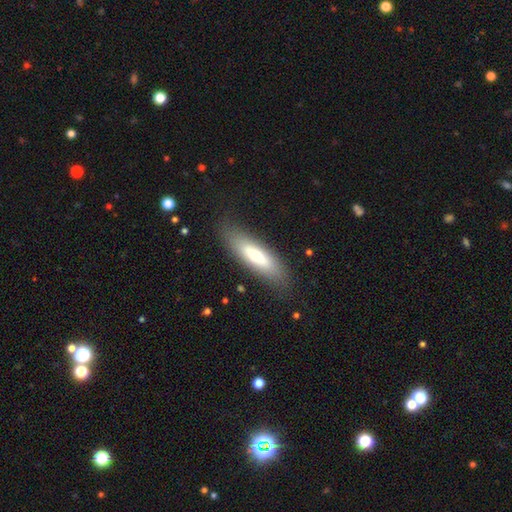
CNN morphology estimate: smooth_or_featured: smooth (p=0.63) [alt: featured or disk p=0.30]
how_rounded: cigar-shaped (p=0.54) [alt: in between p=0.44]
merging: none (p=0.83) [alt: minor disturbance p=0.11]